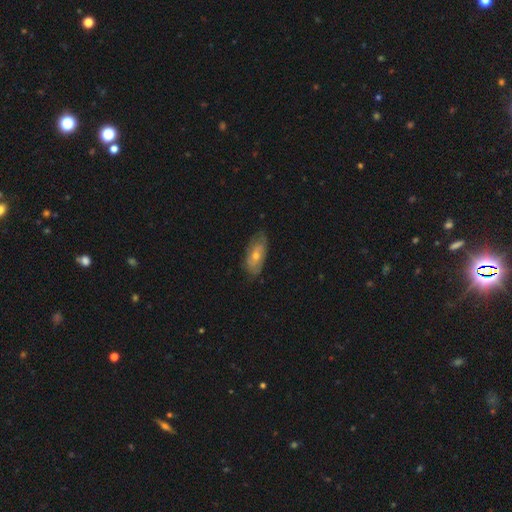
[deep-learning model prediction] Smooth or featured: featured or disk — 48% (smooth — 43%)
Merging: none — 72% (minor disturbance — 22%)